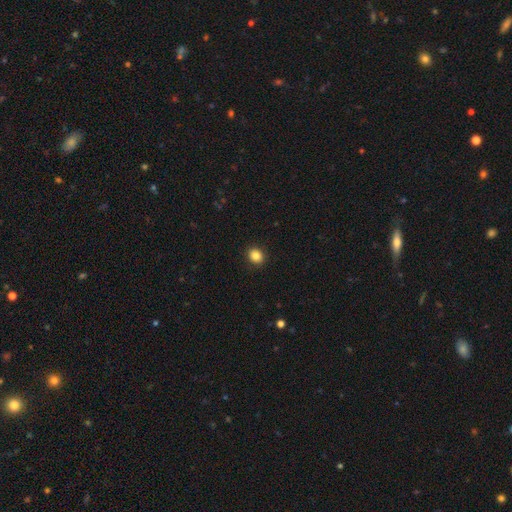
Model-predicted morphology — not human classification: This appears to be a smooth galaxy with no disk features (86%) that is round (67%). Merging: none (91%).